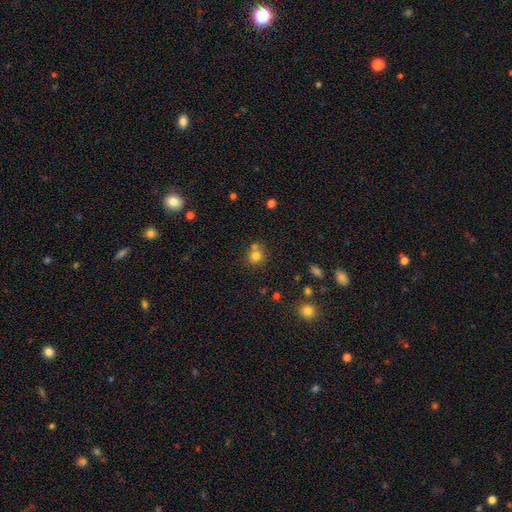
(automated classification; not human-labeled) Smooth or featured? Predicted: smooth (p=0.77). How rounded? Predicted: round (p=0.85). Merging? Predicted: none (p=0.55).